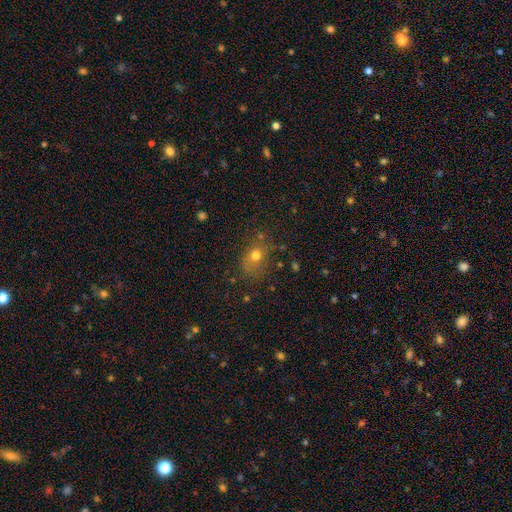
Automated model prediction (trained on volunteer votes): Smooth or featured?
  - smooth: 69% *
  - star or artifact: 18%
  - featured or disk: 13%
How rounded?
  - round: 50% *
  - in between: 49%
  - cigar-shaped: 2%
Merging?
  - none: 61% *
  - minor disturbance: 23%
  - major disturbance: 11%
  - merger: 5%